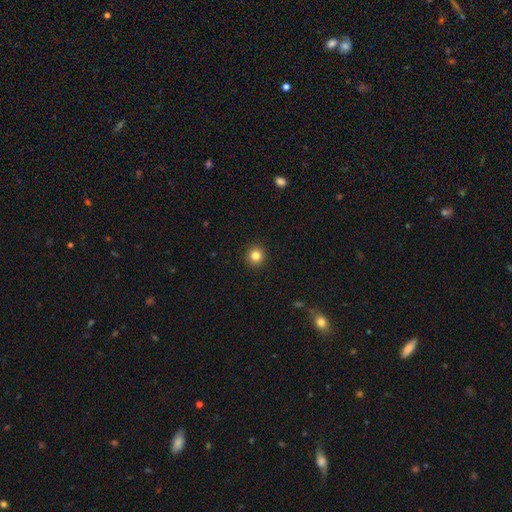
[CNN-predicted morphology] smooth 83%, star or artifact 11%, featured or disk 5%. Down the decision tree: how rounded — round (93%); merging — none (93%).